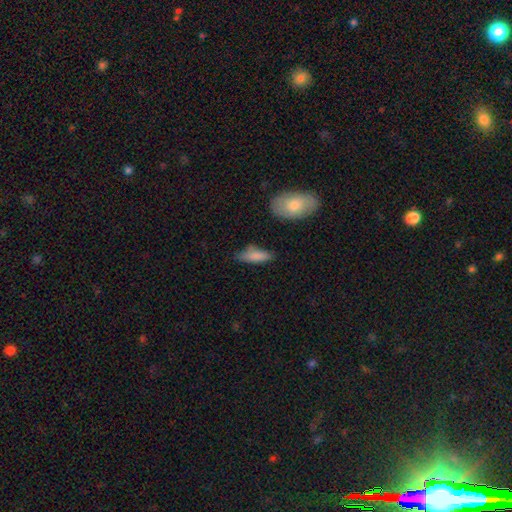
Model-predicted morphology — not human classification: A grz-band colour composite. It shows a smooth galaxy with no disk features (82%) that is in between round and cigar-shaped (61%). Merging: none (65%).